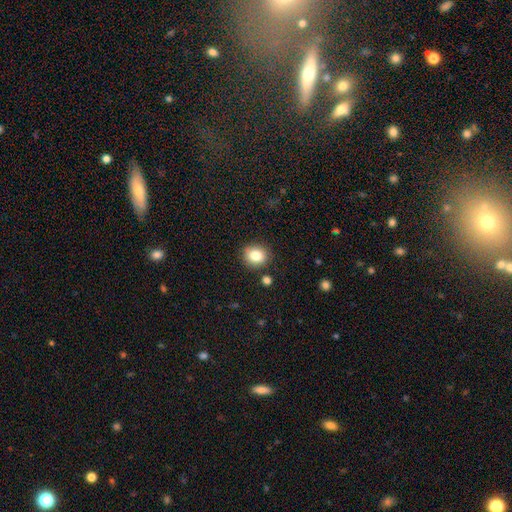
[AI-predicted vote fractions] smooth 83%, star or artifact 10%, featured or disk 7%. Down the decision tree: how rounded — round (76%); merging — none (85%).